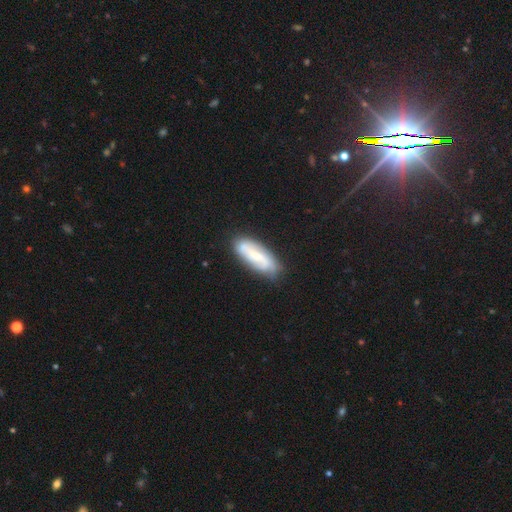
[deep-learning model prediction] Morphology: type=featured or disk (55%); edge-on=no (85%); merging=none (78%).